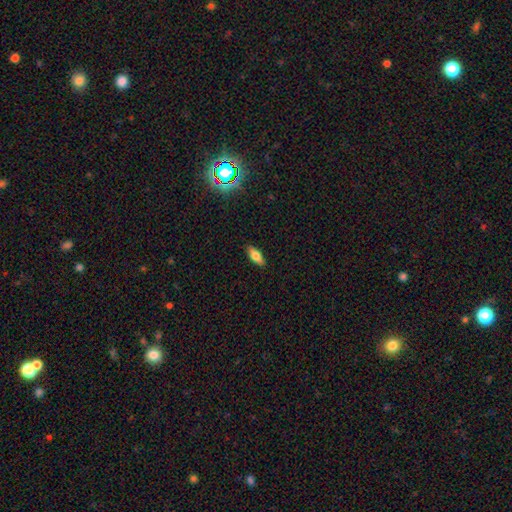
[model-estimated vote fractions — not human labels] Smooth or featured? Predicted: smooth (p=0.75). How rounded? Predicted: in between (p=0.80). Merging? Predicted: none (p=0.89).